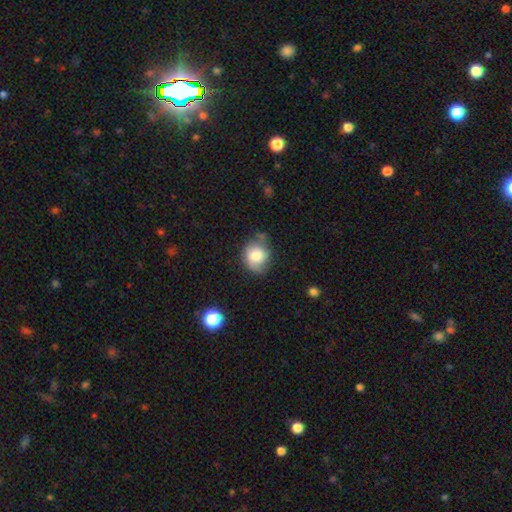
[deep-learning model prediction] smooth 69%, featured or disk 22%, star or artifact 9%. Down the decision tree: how rounded — round (66%); merging — none (47%).